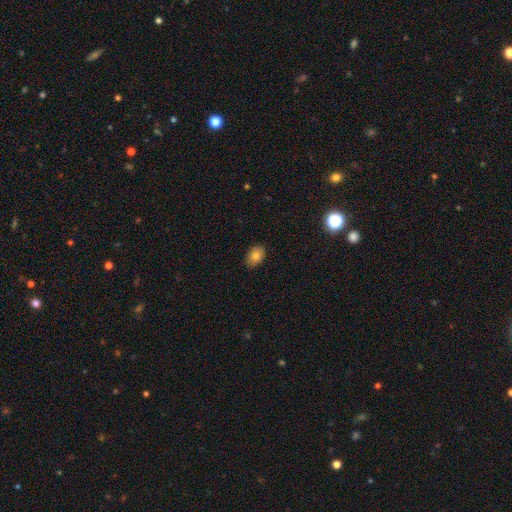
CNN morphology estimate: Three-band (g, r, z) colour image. It shows a smooth galaxy with no disk features (82%) that is in between round and cigar-shaped (81%). Merging: none (87%).